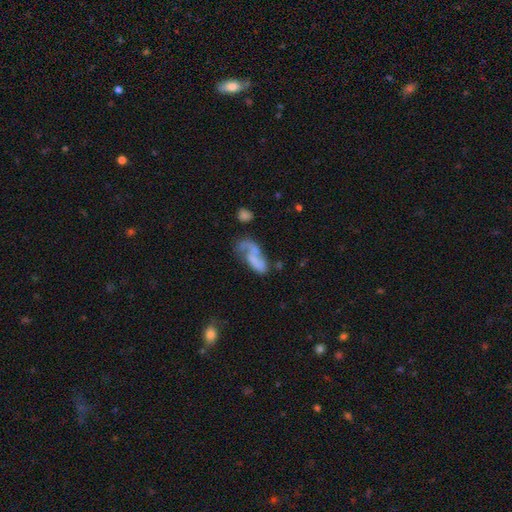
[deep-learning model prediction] Overall: featured or disk (53%; smooth 29%). Edge-on disk: no (91%). Merging: none (43%; major disturbance 22%).